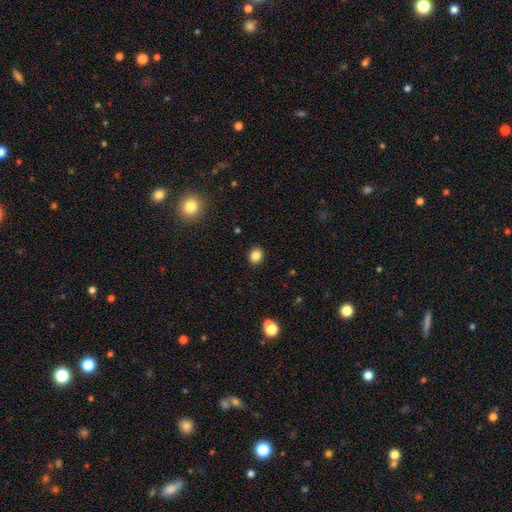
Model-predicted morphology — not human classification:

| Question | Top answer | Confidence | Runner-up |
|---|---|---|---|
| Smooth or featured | smooth | 85% | star or artifact (11%) |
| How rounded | round | 59% | in between (40%) |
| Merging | none | 90% | minor disturbance (7%) |